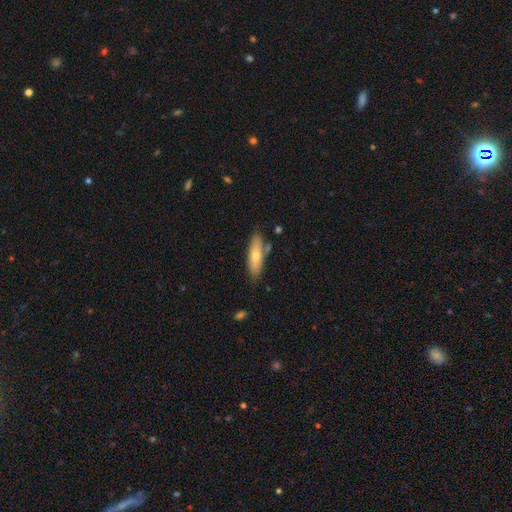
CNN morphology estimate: Smooth or featured?
  - smooth: 67% *
  - featured or disk: 27%
  - star or artifact: 6%
How rounded?
  - cigar-shaped: 53% *
  - in between: 45%
  - round: 2%
Merging?
  - none: 76% *
  - minor disturbance: 14%
  - merger: 7%
  - major disturbance: 3%